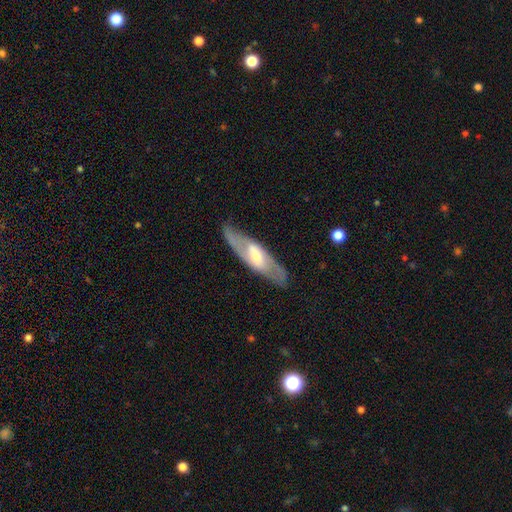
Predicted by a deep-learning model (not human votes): Smooth or featured?
  - featured or disk: 67% *
  - smooth: 27%
  - star or artifact: 5%
Edge-on disk?
  - no: 69% *
  - yes: 31%
Merging?
  - none: 77% *
  - minor disturbance: 15%
  - major disturbance: 6%
  - merger: 2%